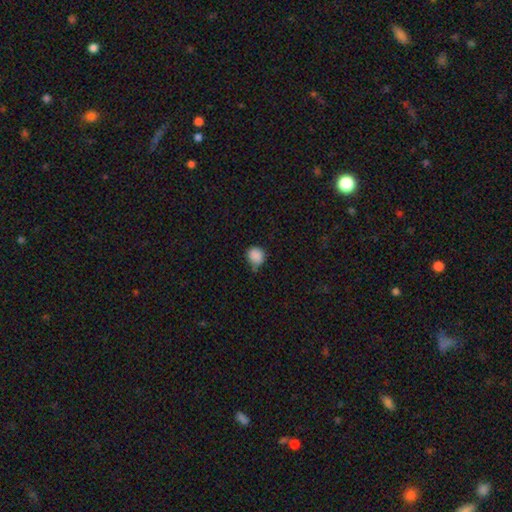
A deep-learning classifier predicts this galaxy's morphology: A smooth galaxy with no disk features (87%) that is round (79%). Merging: none (56%).